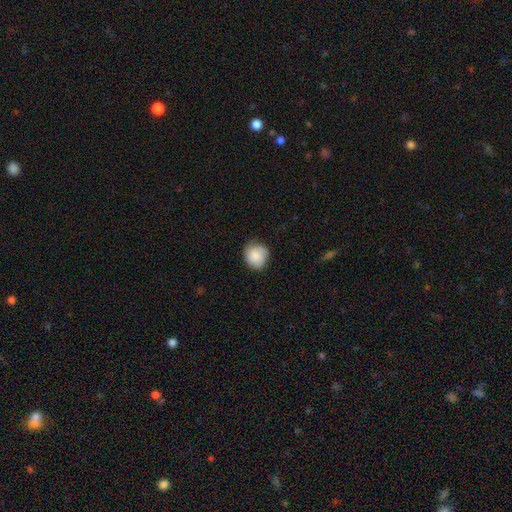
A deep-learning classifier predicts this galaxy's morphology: Smooth or featured? smooth (86%)
How rounded? round (85%)
Merging? none (73%)